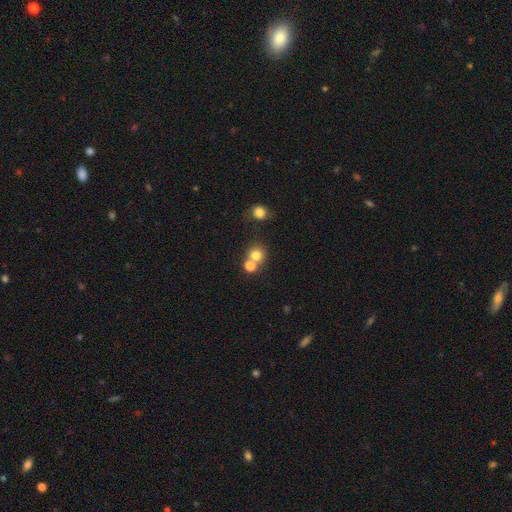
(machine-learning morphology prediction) Smooth or featured?
  - smooth: 76% *
  - star or artifact: 15%
  - featured or disk: 10%
How rounded?
  - round: 85% *
  - in between: 15%
  - cigar-shaped: 1%
Merging?
  - none: 52% *
  - merger: 38%
  - minor disturbance: 7%
  - major disturbance: 3%